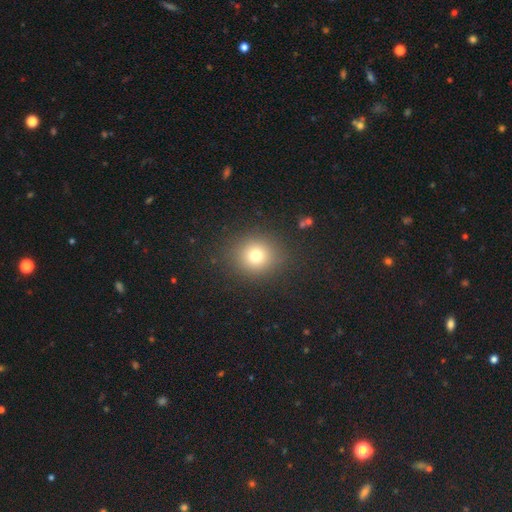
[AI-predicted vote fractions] A smooth galaxy with no disk features (74%) that is round (84%). Merging: none (87%).